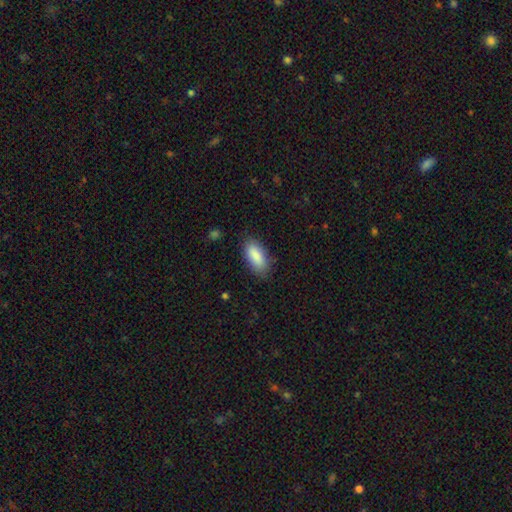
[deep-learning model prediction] Smooth or featured? smooth (88%)
How rounded? in between (85%)
Merging? none (83%)